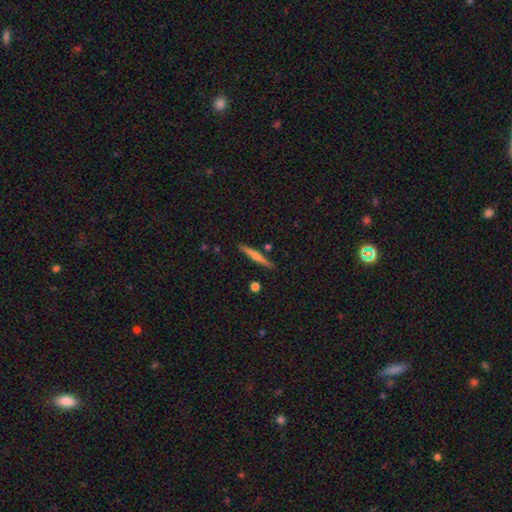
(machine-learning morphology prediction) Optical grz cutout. It shows a featured or disk galaxy (53%) viewed edge-on (97%) with a rounded central bulge (69%). Merging: none (88%).